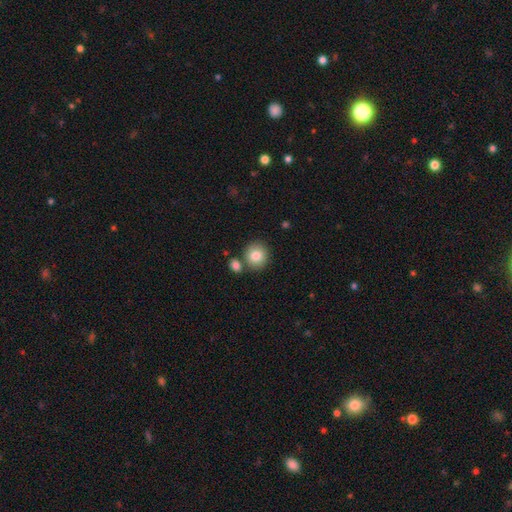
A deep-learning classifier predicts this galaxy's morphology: A smooth galaxy with no disk features (83%) that is round (86%).

Vote fractions:
- Smooth or featured? smooth: 83% / featured or disk: 8% / star or artifact: 8%
- How rounded? round: 86% / in between: 13% / cigar-shaped: 1%
- Merging? none: 72% / merger: 16% / minor disturbance: 9% / major disturbance: 3%